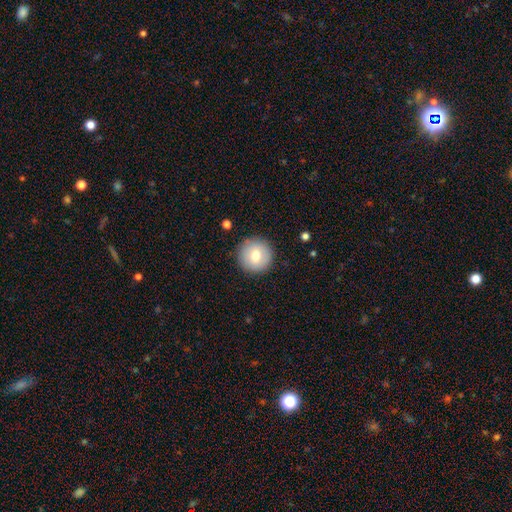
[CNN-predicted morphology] smooth_or_featured: smooth (p=0.75) [alt: featured or disk p=0.17]
how_rounded: round (p=0.96) [alt: in between p=0.03]
merging: none (p=0.91) [alt: minor disturbance p=0.06]